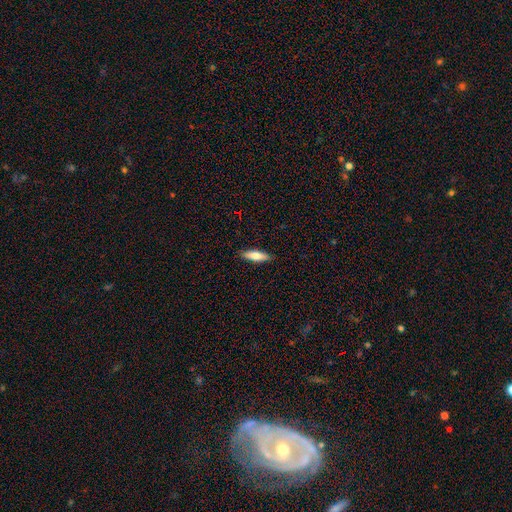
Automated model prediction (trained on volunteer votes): Smooth or featured? smooth (70%)
How rounded? cigar-shaped (55%)
Merging? none (89%)